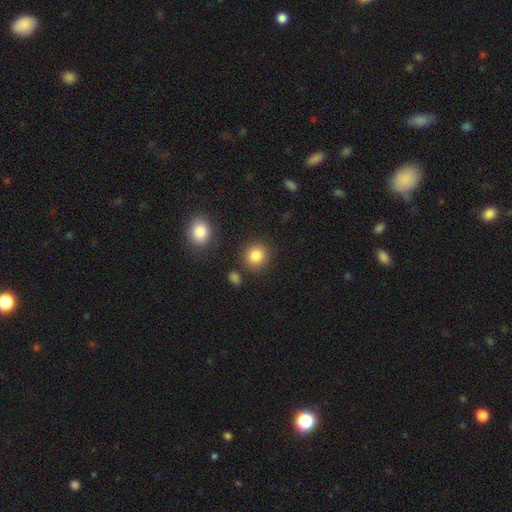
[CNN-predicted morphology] Smooth or featured: smooth — 86% (star or artifact — 9%)
How rounded: round — 88% (in between — 11%)
Merging: none — 84% (minor disturbance — 8%)